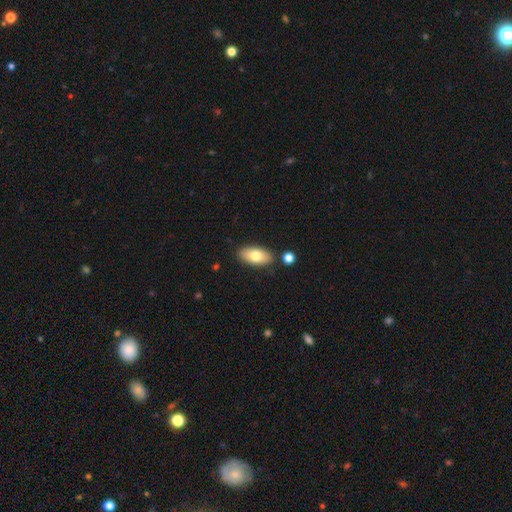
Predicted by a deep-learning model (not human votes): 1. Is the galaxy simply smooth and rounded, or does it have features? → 75% smooth, 18% featured or disk, 7% star or artifact.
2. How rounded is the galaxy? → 91% in between, 5% cigar-shaped, 3% round.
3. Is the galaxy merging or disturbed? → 84% none, 10% minor disturbance, 4% merger, 2% major disturbance.